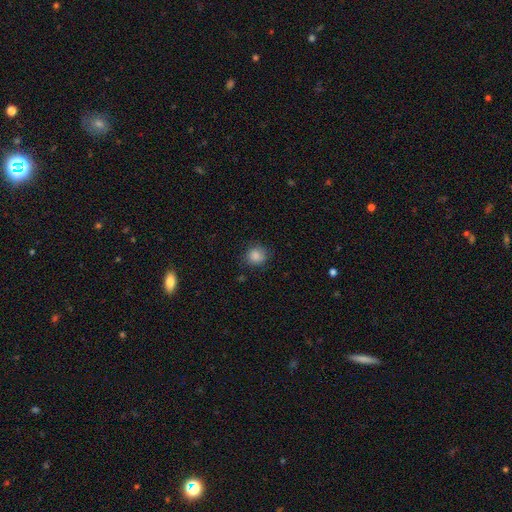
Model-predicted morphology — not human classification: smooth-or-featured: smooth: 85% | star or artifact: 10% | featured or disk: 5%
  how-rounded: round: 84% | in between: 15% | cigar-shaped: 1%
  merging: none: 80% | minor disturbance: 15% | major disturbance: 4% | merger: 1%